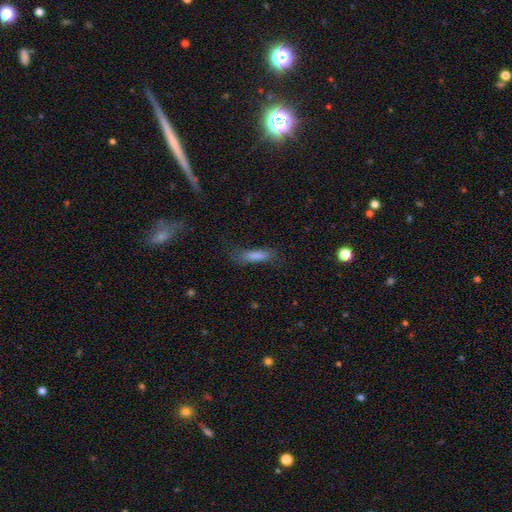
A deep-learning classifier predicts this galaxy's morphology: This appears to be a smooth galaxy with no disk features (79%) that is cigar-shaped (55%). Merging: none (58%).